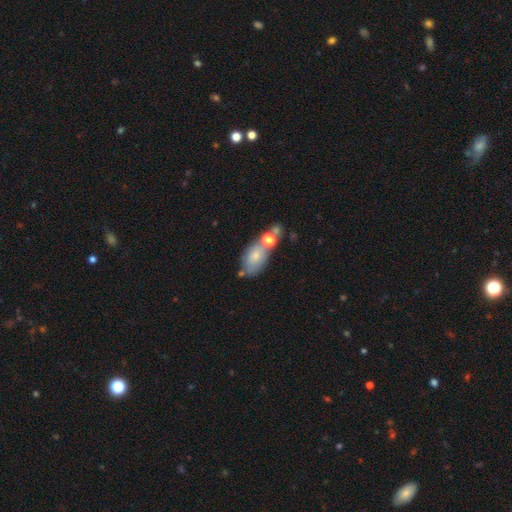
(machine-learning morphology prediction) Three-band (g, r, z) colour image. It shows a smooth galaxy with no disk features (69%) that is in between round and cigar-shaped (88%). Merging: none (46%).